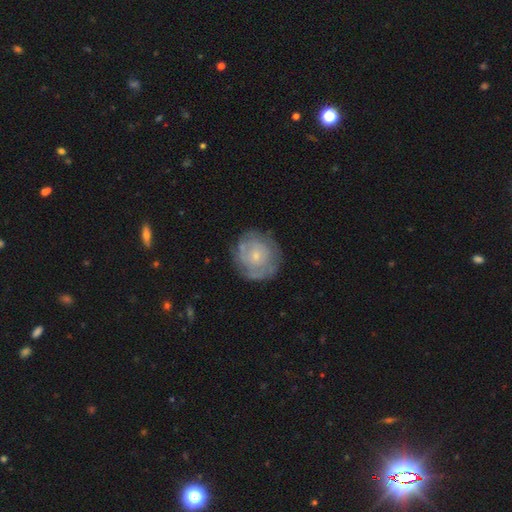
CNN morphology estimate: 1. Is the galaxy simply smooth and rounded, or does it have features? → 55% featured or disk, 38% smooth, 7% star or artifact.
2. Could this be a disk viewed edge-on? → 97% no, 3% yes.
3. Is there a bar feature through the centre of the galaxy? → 83% no, 14% weak, 2% strong.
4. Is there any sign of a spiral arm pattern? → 57% yes, 43% no.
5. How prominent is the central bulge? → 72% small, 22% moderate, 4% none, 2% large, 1% dominant.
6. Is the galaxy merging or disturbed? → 74% none, 17% minor disturbance, 7% major disturbance, 2% merger.